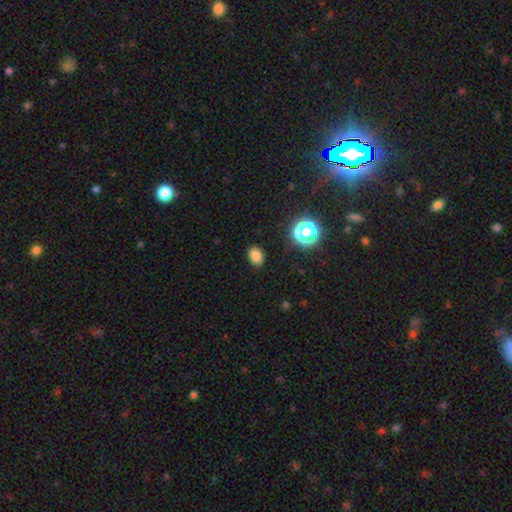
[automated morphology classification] type=smooth (83%); roundness=in between (68%); merging=none (87%).